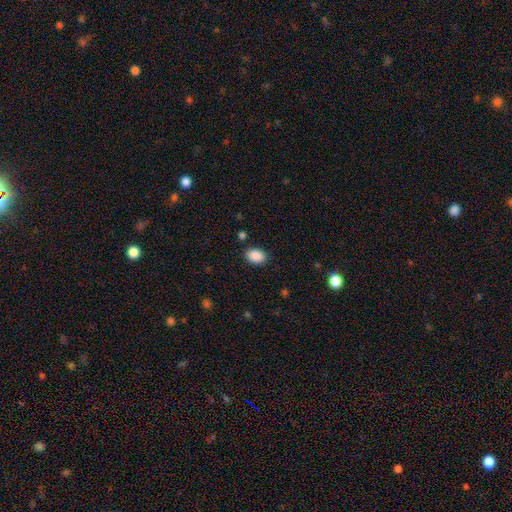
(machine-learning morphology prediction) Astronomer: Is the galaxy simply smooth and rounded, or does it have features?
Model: smooth — 89%.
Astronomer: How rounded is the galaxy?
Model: in between — 77%.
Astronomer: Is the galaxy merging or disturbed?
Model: none — 86%.